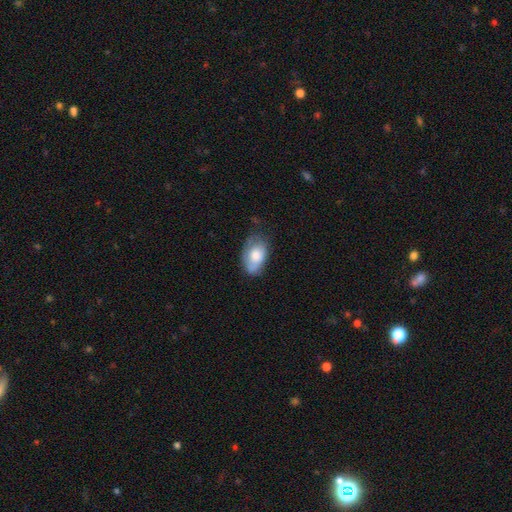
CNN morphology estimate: type=smooth (69%); roundness=in between (92%); merging=none (54%).